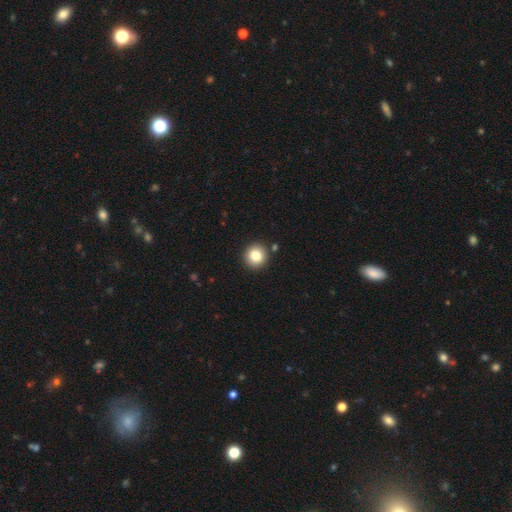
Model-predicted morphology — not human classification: Q: Smooth or featured?
A: smooth (82%); runner-up: star or artifact (10%)
Q: How rounded?
A: round (94%); runner-up: in between (6%)
Q: Merging?
A: none (90%); runner-up: minor disturbance (6%)